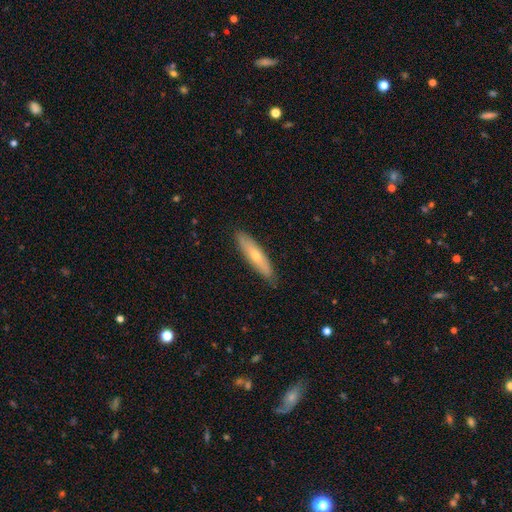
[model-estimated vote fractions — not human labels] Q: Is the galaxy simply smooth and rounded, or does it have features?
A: smooth — 54%.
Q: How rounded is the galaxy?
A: cigar-shaped — 77%.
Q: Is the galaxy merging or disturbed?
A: none — 87%.